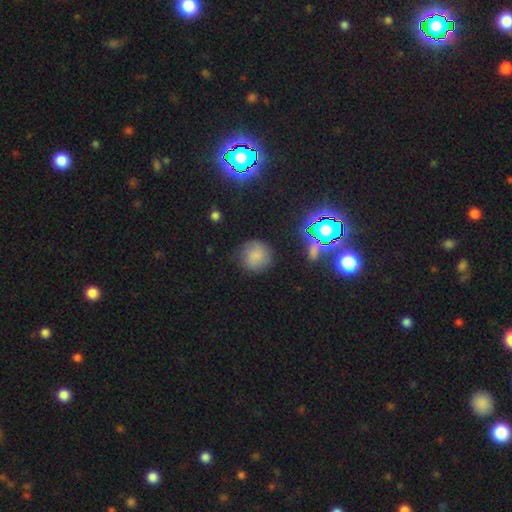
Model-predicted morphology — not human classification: Smooth or featured? smooth (70%)
How rounded? round (90%)
Merging? none (74%)